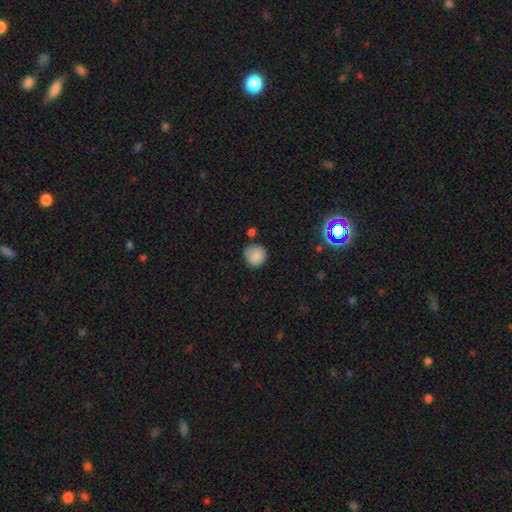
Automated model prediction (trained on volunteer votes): Smooth or featured?
  - smooth: 85% *
  - star or artifact: 9%
  - featured or disk: 6%
How rounded?
  - round: 91% *
  - in between: 8%
  - cigar-shaped: 1%
Merging?
  - none: 72% *
  - minor disturbance: 19%
  - merger: 6%
  - major disturbance: 4%